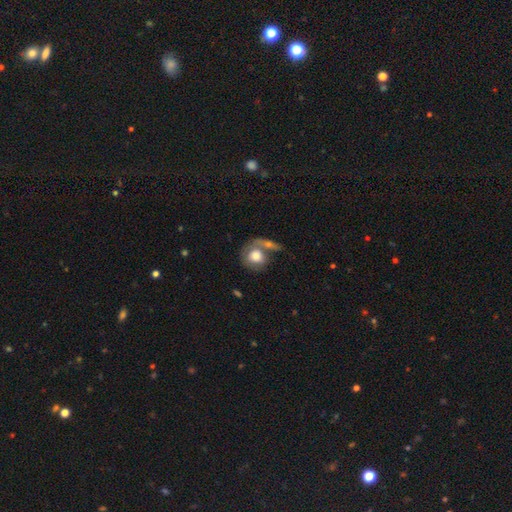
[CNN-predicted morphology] Smooth or featured: smooth — 71% (featured or disk — 23%)
How rounded: round — 71% (in between — 27%)
Merging: merger — 39% (none — 38%)